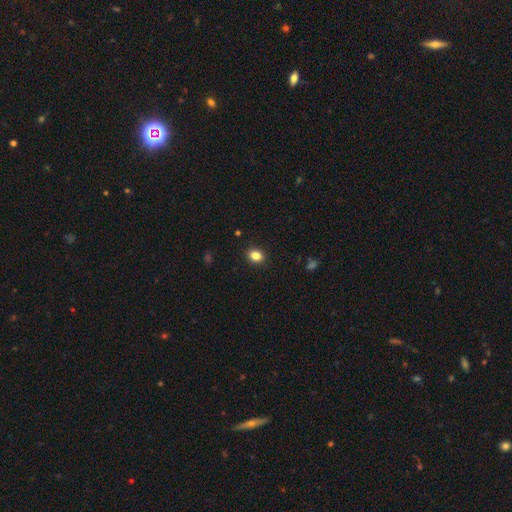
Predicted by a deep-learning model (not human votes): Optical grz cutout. It shows a smooth galaxy with no disk features (85%) that is in between round and cigar-shaped (52%). Merging: none (90%).